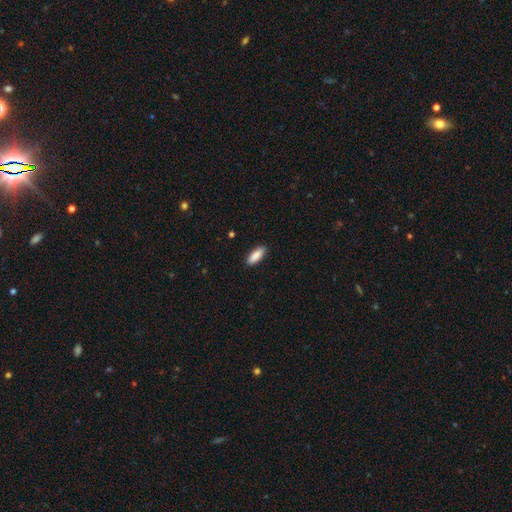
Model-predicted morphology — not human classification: This is clearly a smooth galaxy (89%). How rounded: likely in between (62%). Merging: clearly none (89%).